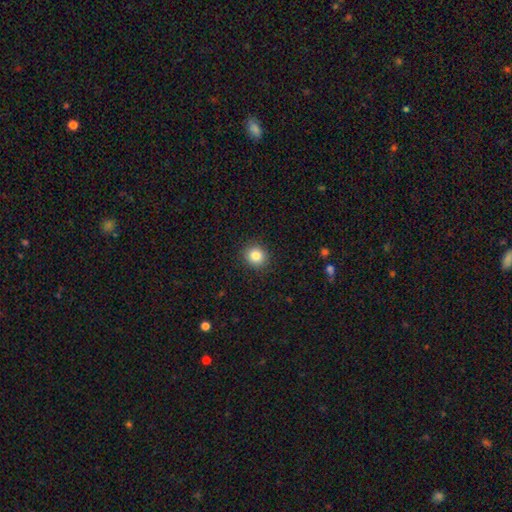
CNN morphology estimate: The model was most divided on "how rounded": round: 85%, in between: 14%, cigar-shaped: 1%. More confident: merging — none (91%); smooth or featured — smooth (84%).